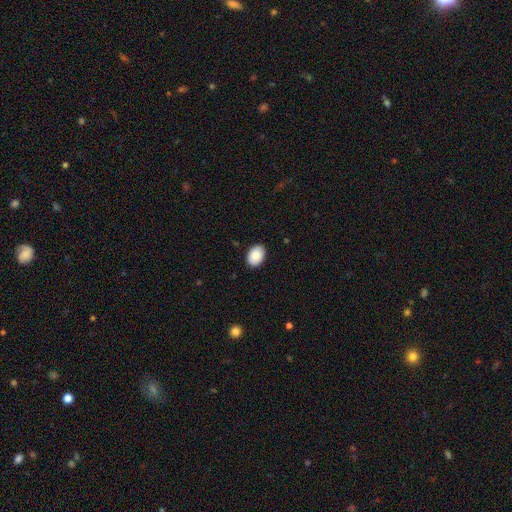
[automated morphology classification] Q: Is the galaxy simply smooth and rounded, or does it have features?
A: smooth — 87%.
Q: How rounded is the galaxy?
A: in between — 79%.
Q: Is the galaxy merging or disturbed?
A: none — 88%.